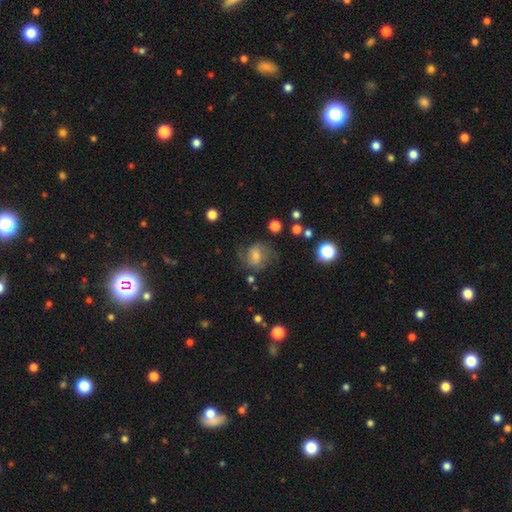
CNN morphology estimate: The model was most divided on "smooth or featured": featured or disk: 45%, smooth: 44%, star or artifact: 11%. More confident: merging — none (55%).